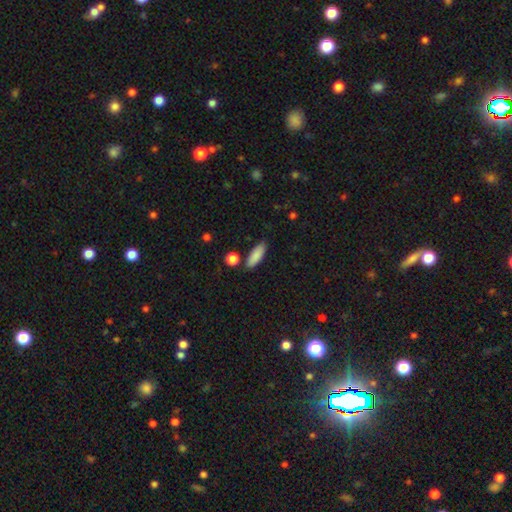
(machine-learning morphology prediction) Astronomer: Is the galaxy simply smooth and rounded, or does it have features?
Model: smooth — 87%.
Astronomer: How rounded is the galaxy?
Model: in between — 64%.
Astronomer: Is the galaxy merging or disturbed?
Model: none — 81%.